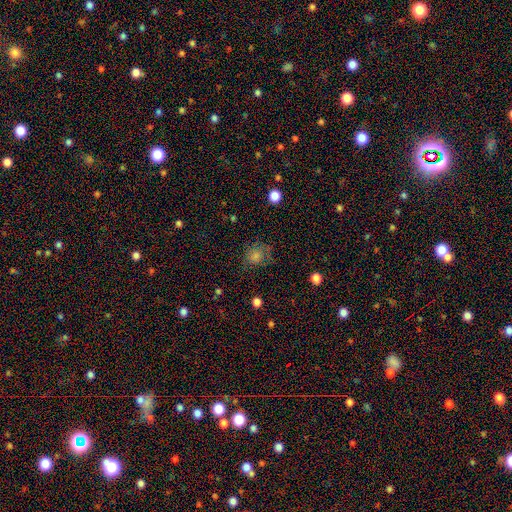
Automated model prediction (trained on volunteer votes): Overall: smooth (60%; star or artifact 22%). How rounded: round (78%). Merging: none (67%).